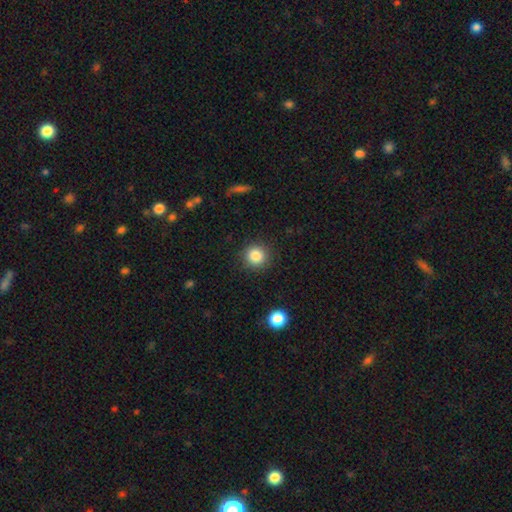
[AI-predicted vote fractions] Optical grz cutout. It shows a smooth galaxy with no disk features (85%) that is round (93%). Merging: none (90%).